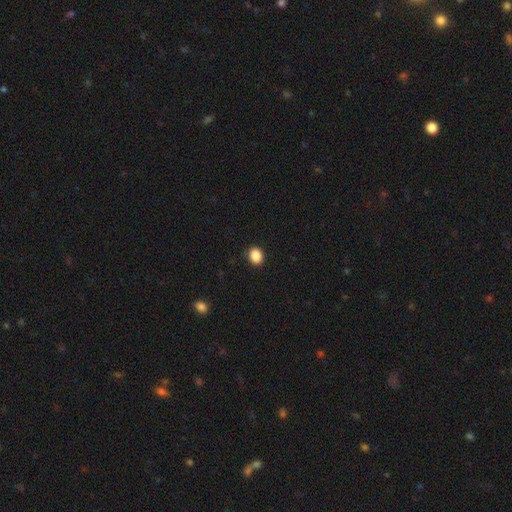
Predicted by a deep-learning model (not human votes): smooth_or_featured: smooth (p=0.88) [alt: star or artifact p=0.09]
how_rounded: round (p=0.51) [alt: in between p=0.48]
merging: none (p=0.89) [alt: minor disturbance p=0.08]